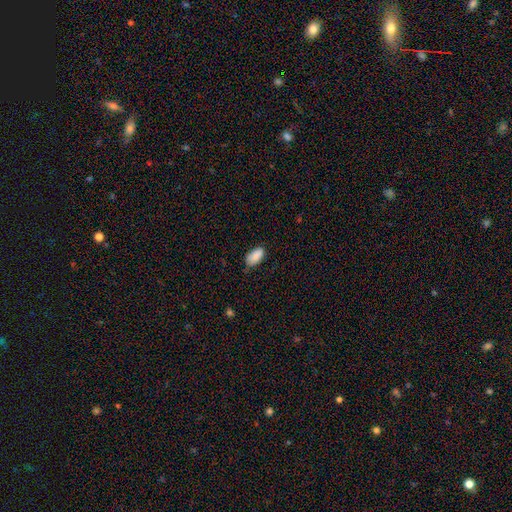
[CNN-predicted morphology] A smooth galaxy with no disk features (87%) that is in between round and cigar-shaped (93%). Merging: none (71%).